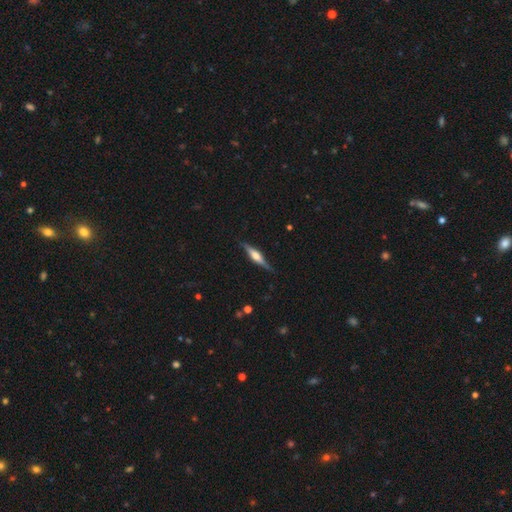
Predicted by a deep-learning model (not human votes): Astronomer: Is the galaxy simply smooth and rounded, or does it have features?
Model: featured or disk — 68%.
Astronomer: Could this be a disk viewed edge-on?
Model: yes — 97%.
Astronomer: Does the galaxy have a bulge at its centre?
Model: rounded — 81%.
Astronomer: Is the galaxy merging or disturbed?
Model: none — 84%.